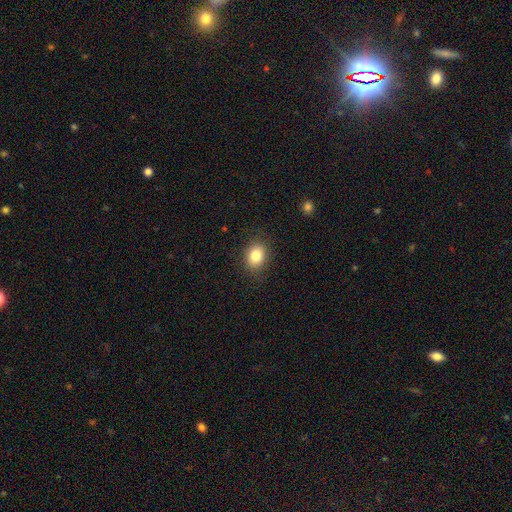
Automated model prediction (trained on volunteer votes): This is clearly a smooth galaxy (83%). How rounded: possibly in between (55%). Merging: clearly none (86%).